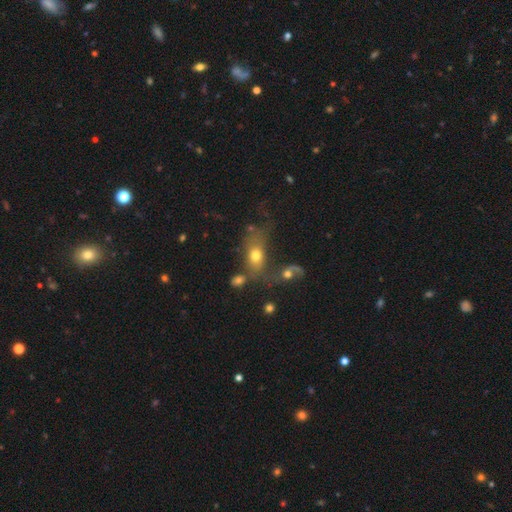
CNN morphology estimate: smooth 65%, featured or disk 22%, star or artifact 13%. Down the decision tree: how rounded — in between (78%); merging — none (35%).